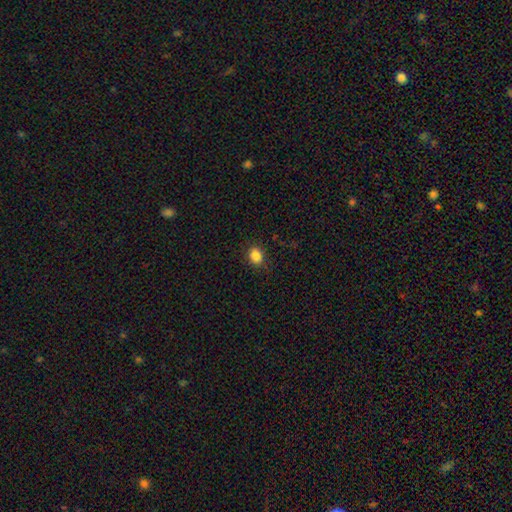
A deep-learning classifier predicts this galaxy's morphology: type=smooth (86%); roundness=round (57%); merging=none (87%).